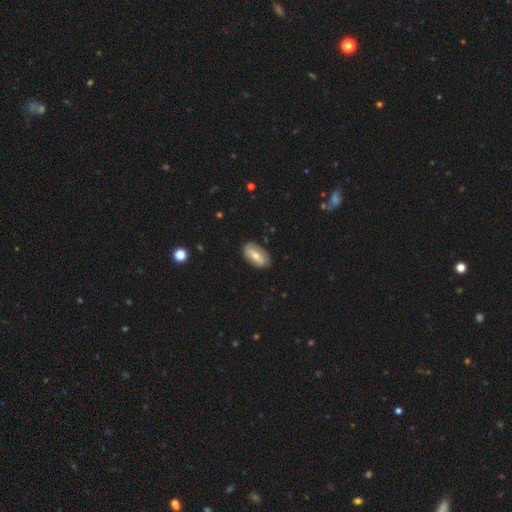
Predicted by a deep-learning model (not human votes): This is possibly a smooth galaxy (52%). How rounded: clearly in between (91%). Merging: clearly none (82%).